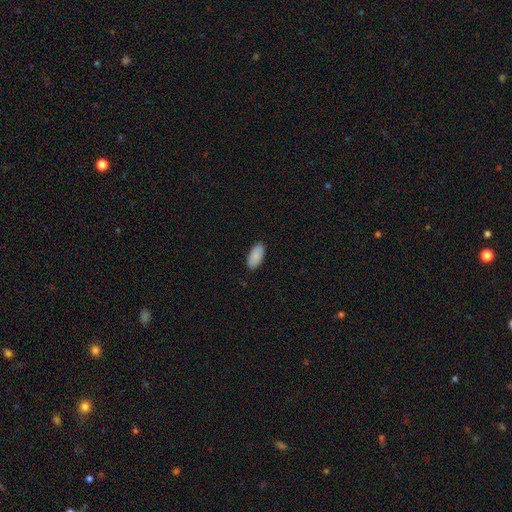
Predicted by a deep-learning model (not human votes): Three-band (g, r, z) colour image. It shows a smooth galaxy with no disk features (89%) that is in between round and cigar-shaped (93%). Merging: none (89%).